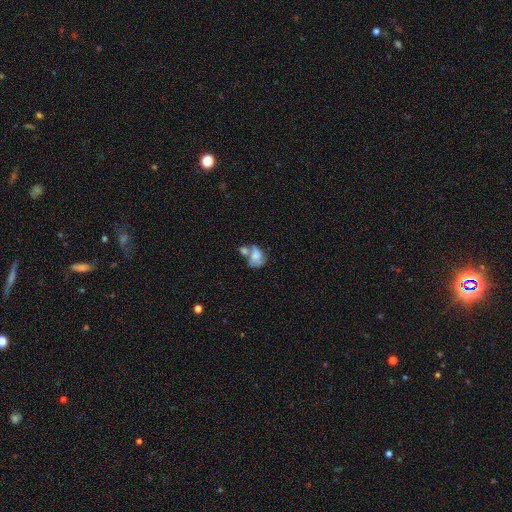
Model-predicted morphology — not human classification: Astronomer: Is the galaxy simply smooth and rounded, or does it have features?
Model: smooth — 55% (runner-up: featured or disk, 36%).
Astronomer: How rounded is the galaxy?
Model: in between — 60% (runner-up: round, 39%).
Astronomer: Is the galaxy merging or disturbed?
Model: merger — 52%.